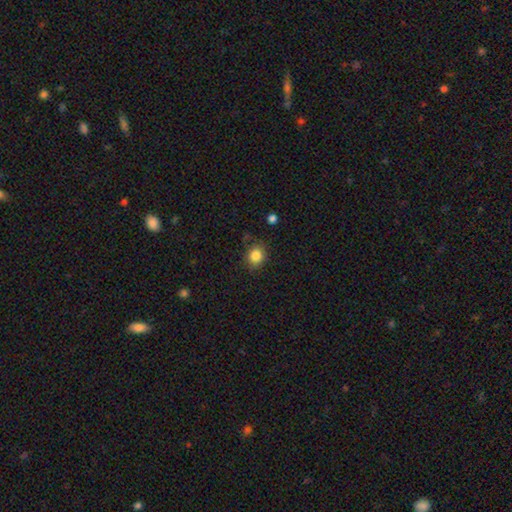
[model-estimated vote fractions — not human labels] This appears to be a smooth galaxy with no disk features (84%) that is round (76%). Merging: none (81%).